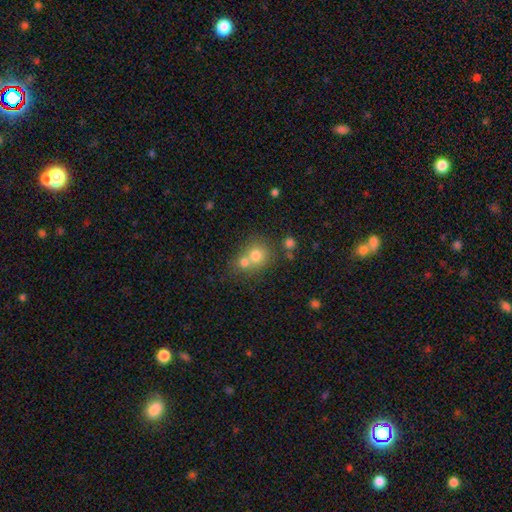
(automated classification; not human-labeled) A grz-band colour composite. It shows a smooth galaxy with no disk features (73%) that is round (82%). Merging: merger (52%).